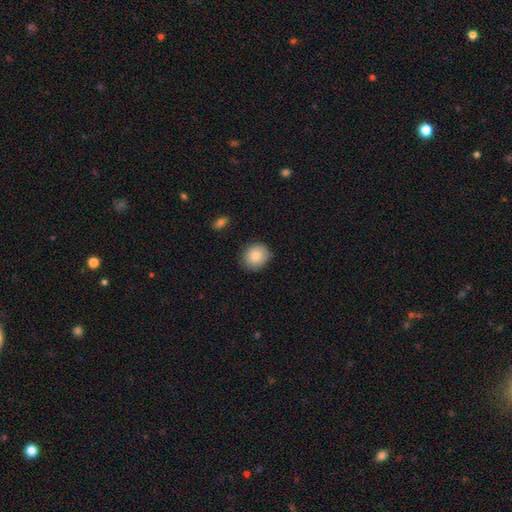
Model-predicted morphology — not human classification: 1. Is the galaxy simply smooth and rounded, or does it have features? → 85% smooth, 8% featured or disk, 8% star or artifact.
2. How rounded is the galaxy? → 76% round, 23% in between, 1% cigar-shaped.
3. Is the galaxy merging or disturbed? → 83% none, 13% minor disturbance, 3% major disturbance, 1% merger.